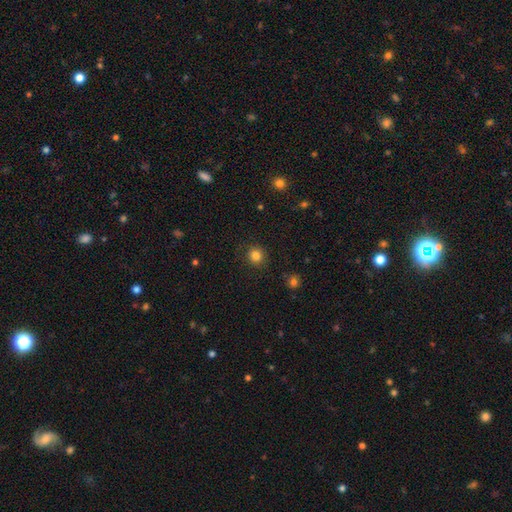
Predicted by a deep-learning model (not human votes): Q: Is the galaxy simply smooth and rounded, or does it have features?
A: smooth — 83%.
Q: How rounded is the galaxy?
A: round — 88%.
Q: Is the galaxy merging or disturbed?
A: none — 86%.